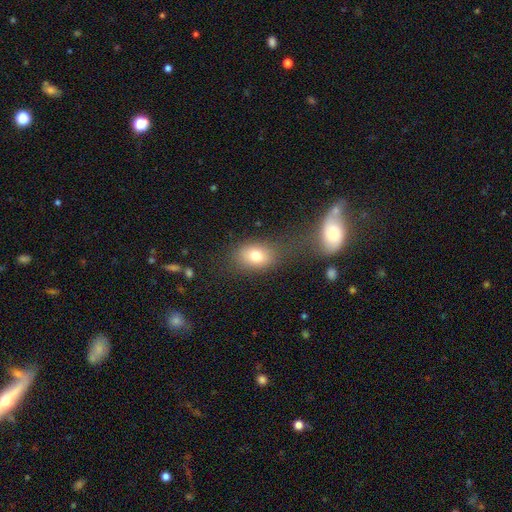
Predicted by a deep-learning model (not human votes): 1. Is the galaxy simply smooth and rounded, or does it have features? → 74% smooth, 13% featured or disk, 12% star or artifact.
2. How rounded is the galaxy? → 66% in between, 32% round, 1% cigar-shaped.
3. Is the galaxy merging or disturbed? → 66% none, 14% minor disturbance, 12% merger, 8% major disturbance.